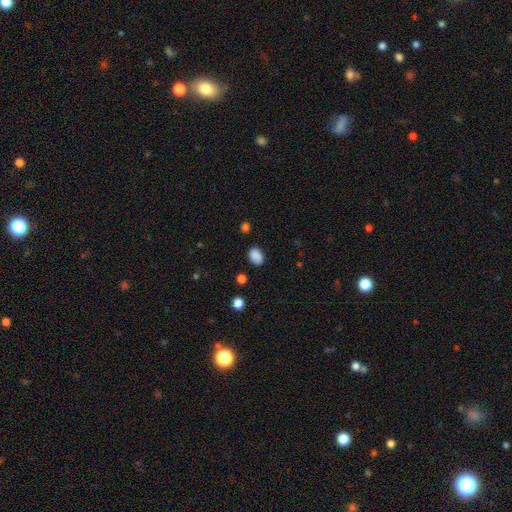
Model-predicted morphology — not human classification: Smooth or featured: smooth — 86% (star or artifact — 10%)
How rounded: in between — 77% (round — 22%)
Merging: none — 80% (minor disturbance — 15%)